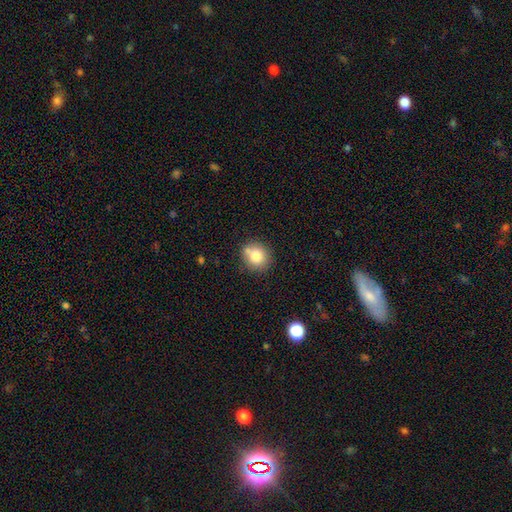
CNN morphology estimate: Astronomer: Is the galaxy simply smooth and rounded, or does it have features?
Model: smooth — 81%.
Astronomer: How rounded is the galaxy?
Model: round — 76%.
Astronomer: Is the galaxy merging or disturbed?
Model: none — 72%.